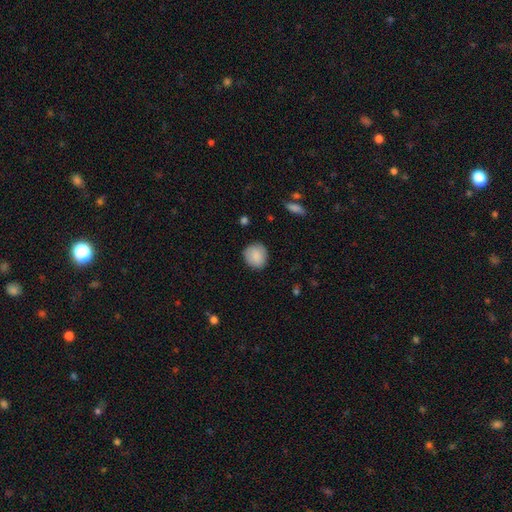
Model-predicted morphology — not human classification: The model was most divided on "how rounded": round: 84%, in between: 15%, cigar-shaped: 1%. More confident: smooth or featured — smooth (88%); merging — none (86%).